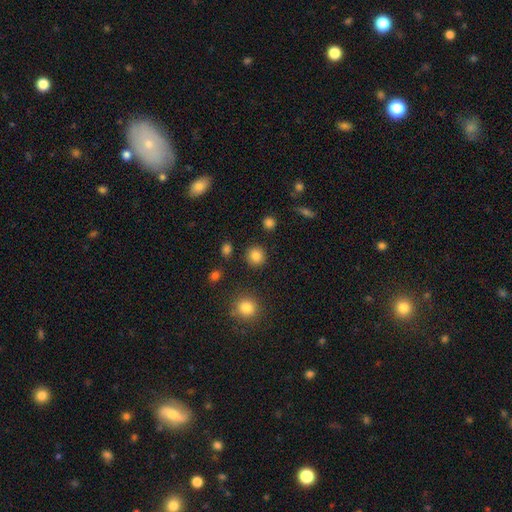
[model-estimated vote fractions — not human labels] smooth_or_featured: smooth (p=0.85) [alt: star or artifact p=0.11]
how_rounded: round (p=0.91) [alt: in between p=0.08]
merging: none (p=0.89) [alt: minor disturbance p=0.06]